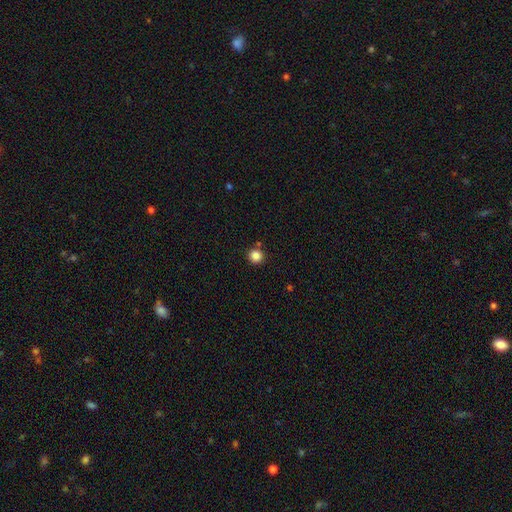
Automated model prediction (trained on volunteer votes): This appears to be a smooth galaxy with no disk features (85%) that is round (94%). Merging: none (87%).